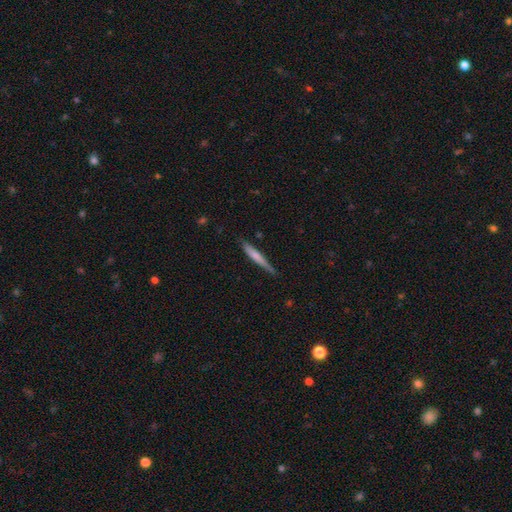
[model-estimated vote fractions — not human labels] smooth 63%, featured or disk 31%, star or artifact 5%. Down the decision tree: how rounded — cigar-shaped (94%); merging — none (74%).